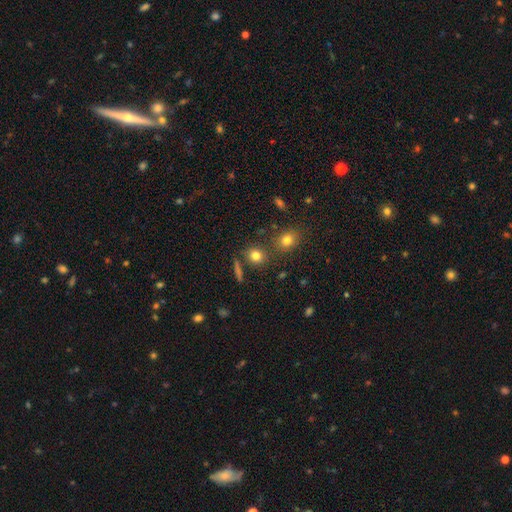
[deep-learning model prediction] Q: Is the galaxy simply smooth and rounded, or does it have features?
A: smooth — 80%.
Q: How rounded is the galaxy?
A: round — 79%.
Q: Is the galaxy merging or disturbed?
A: none — 78%.